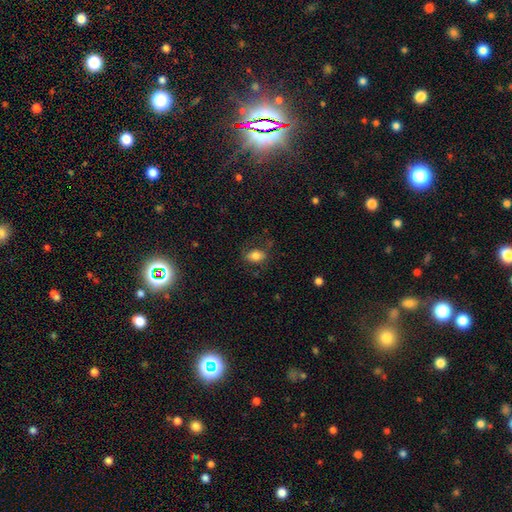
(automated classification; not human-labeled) Smooth or featured? smooth (79%)
How rounded? in between (76%)
Merging? none (67%)